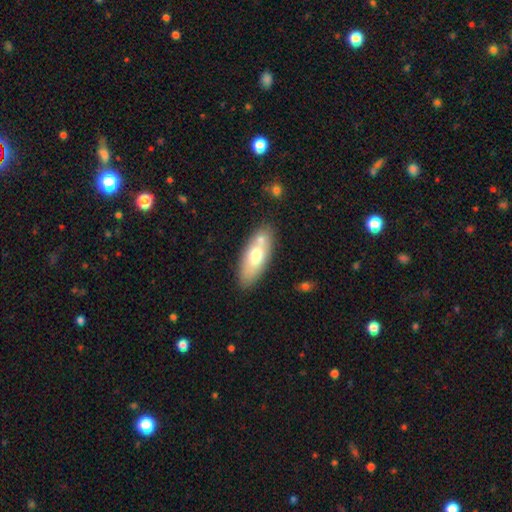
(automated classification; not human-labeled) Smooth or featured? Predicted: smooth (p=0.63). How rounded? Predicted: in between (p=0.77). Merging? Predicted: none (p=0.70).